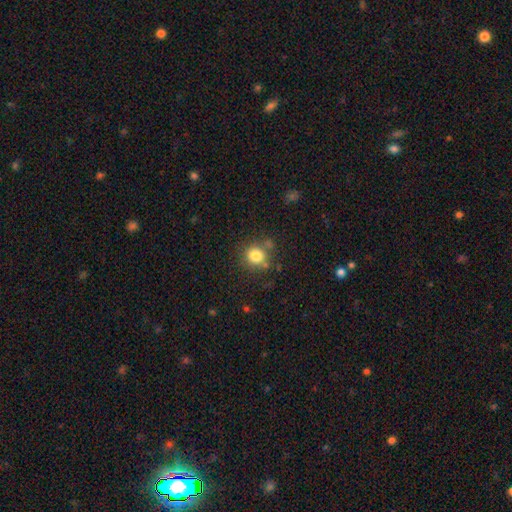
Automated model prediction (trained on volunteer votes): smooth 81%, star or artifact 12%, featured or disk 7%. Down the decision tree: how rounded — round (86%); merging — none (74%).